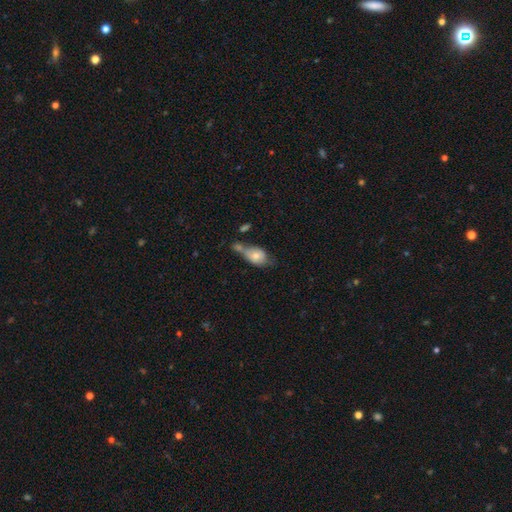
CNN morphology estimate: Smooth or featured?
  - smooth: 70% *
  - featured or disk: 22%
  - star or artifact: 8%
How rounded?
  - in between: 78% *
  - round: 19%
  - cigar-shaped: 3%
Merging?
  - merger: 43% *
  - none: 25%
  - minor disturbance: 20%
  - major disturbance: 12%